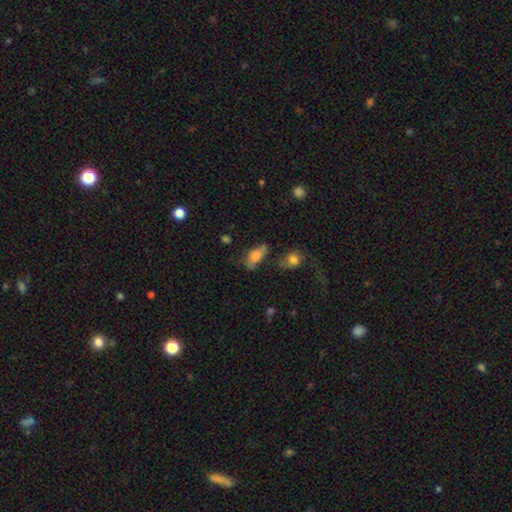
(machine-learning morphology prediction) type=smooth (68%); roundness=in between (79%); merging=none (45%).